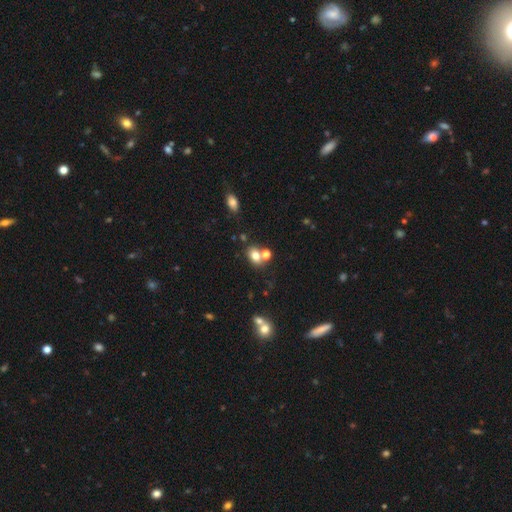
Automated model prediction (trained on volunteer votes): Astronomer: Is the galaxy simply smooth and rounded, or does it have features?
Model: smooth — 75%.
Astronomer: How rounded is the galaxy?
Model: in between — 60% (runner-up: round, 39%).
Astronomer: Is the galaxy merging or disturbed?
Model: none — 53% (runner-up: merger, 31%).